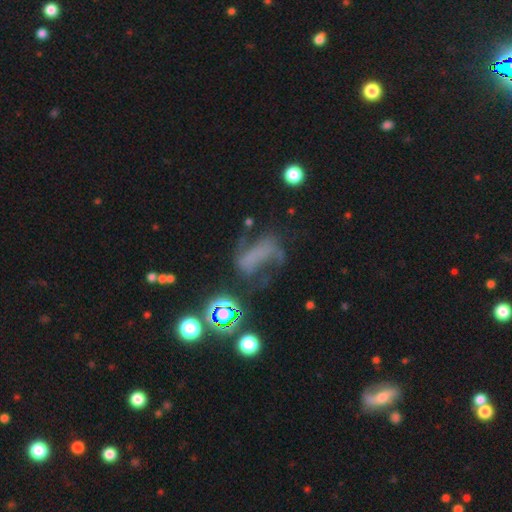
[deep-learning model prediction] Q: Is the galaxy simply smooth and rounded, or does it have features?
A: featured or disk — 45%.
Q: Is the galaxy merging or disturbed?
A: none — 36%.